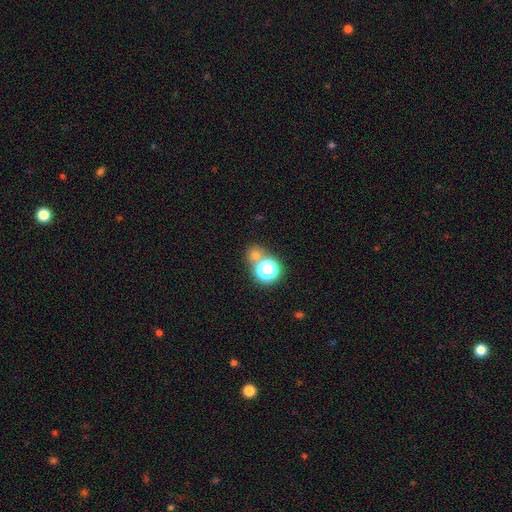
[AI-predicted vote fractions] Morphology: type=smooth (62%); roundness=round (84%); merging=none (61%).